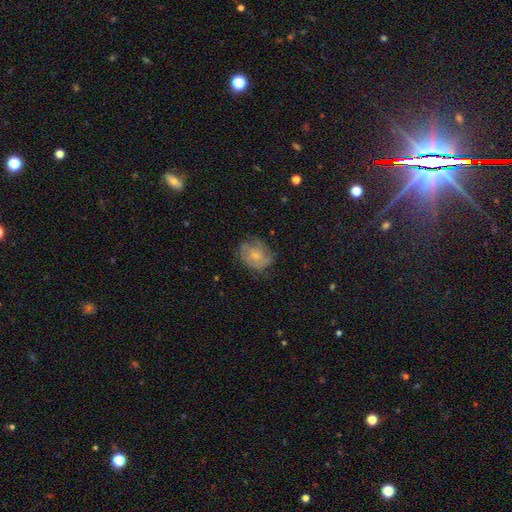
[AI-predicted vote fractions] Q: Smooth or featured?
A: featured or disk (48%); runner-up: smooth (43%)
Q: Merging?
A: none (62%); runner-up: minor disturbance (25%)